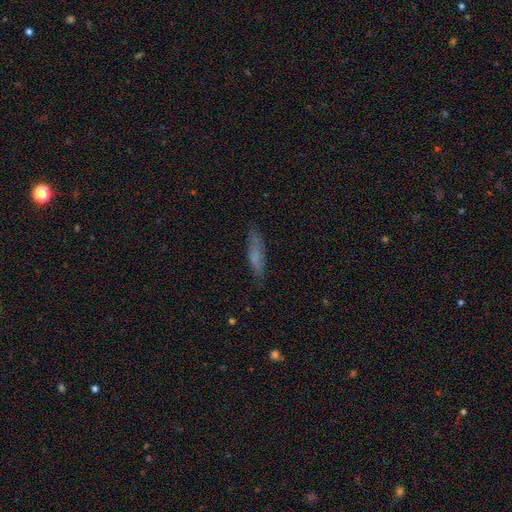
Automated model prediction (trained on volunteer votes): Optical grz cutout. It shows a smooth galaxy with no disk features (67%) that is cigar-shaped (73%). Merging: none (77%).